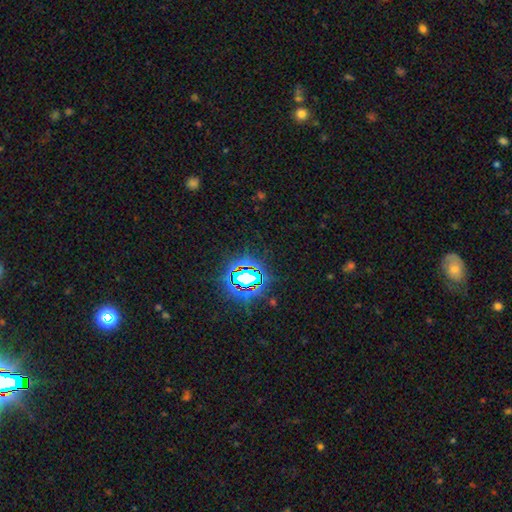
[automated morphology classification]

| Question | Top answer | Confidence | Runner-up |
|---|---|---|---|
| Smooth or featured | star or artifact | 81% | smooth (12%) |